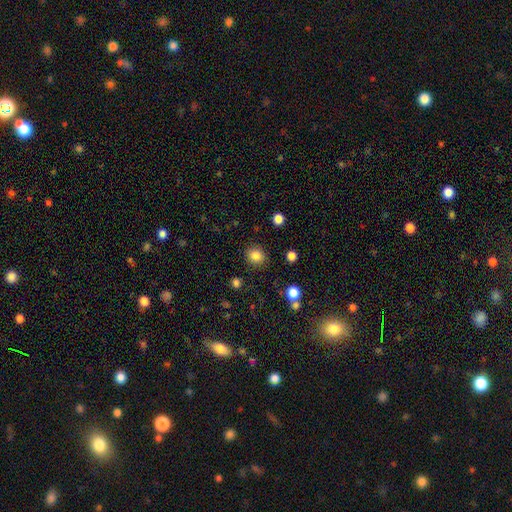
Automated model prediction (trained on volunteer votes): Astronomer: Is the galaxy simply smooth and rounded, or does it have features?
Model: smooth — 84%.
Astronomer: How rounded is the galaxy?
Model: round — 79%.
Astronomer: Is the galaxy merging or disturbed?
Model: none — 88%.